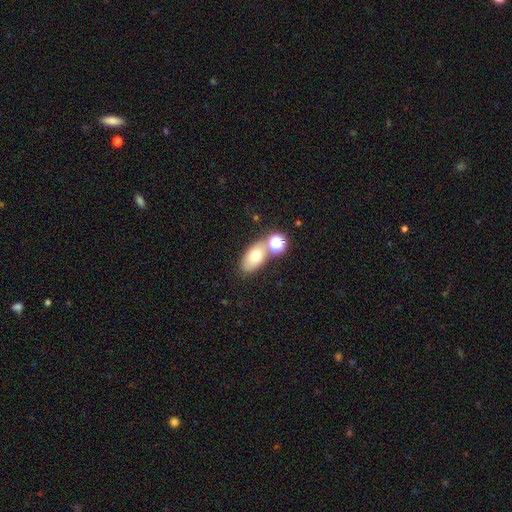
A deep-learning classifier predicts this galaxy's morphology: smooth-or-featured: smooth: 70% | featured or disk: 18% | star or artifact: 12%
  how-rounded: in between: 86% | round: 12% | cigar-shaped: 3%
  merging: none: 61% | merger: 22% | minor disturbance: 13% | major disturbance: 5%